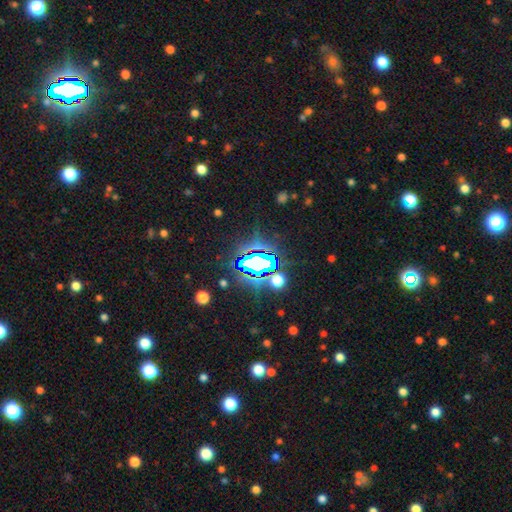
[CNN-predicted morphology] Smooth or featured?
  - star or artifact: 79% *
  - smooth: 12%
  - featured or disk: 9%